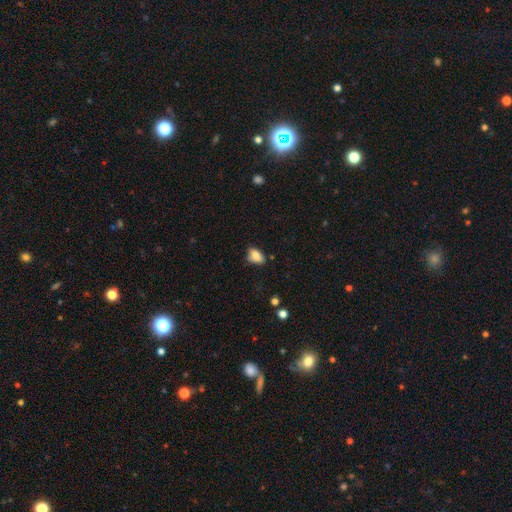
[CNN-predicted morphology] A smooth galaxy with no disk features (81%) that is in between round and cigar-shaped (88%).

Vote fractions:
- Smooth or featured? smooth: 81% / featured or disk: 10% / star or artifact: 9%
- How rounded? in between: 88% / round: 10% / cigar-shaped: 3%
- Merging? none: 58% / minor disturbance: 31% / major disturbance: 7% / merger: 4%